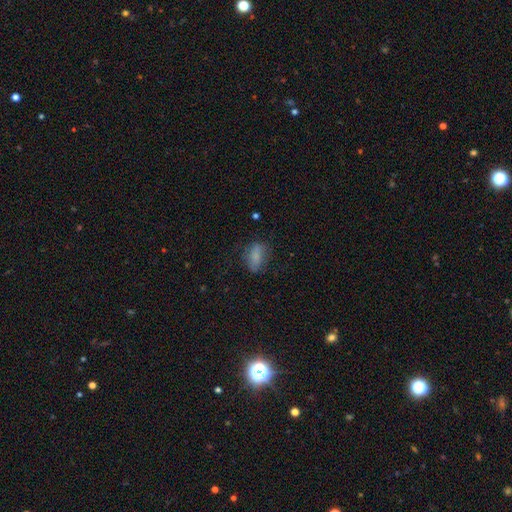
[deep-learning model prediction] Overall: smooth (75%). How rounded: in between (82%). Merging: none (67%).